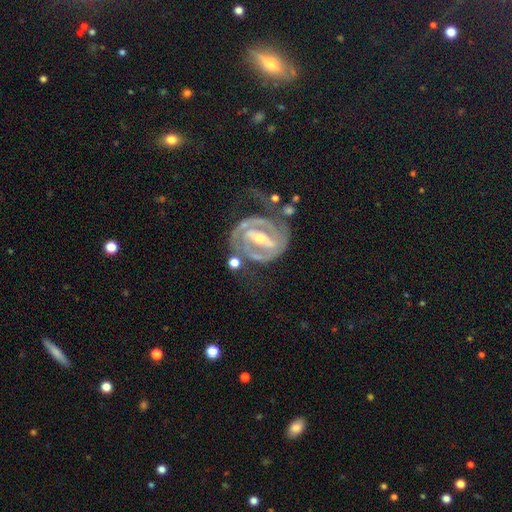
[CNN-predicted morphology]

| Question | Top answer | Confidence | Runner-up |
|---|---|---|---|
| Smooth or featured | featured or disk | 90% | smooth (5%) |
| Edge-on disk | no | 96% | yes (4%) |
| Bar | strong | 69% | weak (23%) |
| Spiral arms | yes | 92% | no (8%) |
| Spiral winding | tight | 59% | medium (33%) |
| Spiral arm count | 2 | 77% | can't tell (10%) |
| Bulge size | small | 54% | moderate (43%) |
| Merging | none | 57% | minor disturbance (19%) |